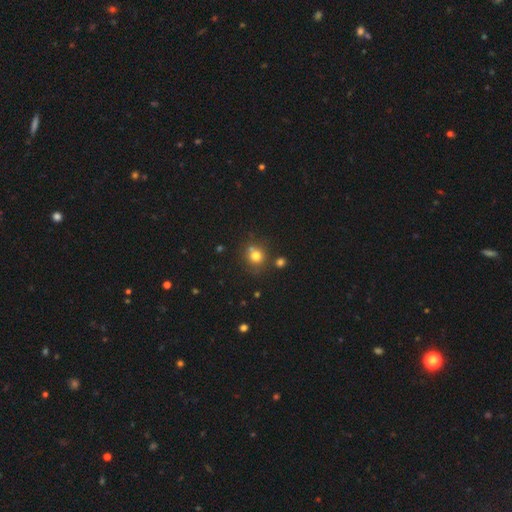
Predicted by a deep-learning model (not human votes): smooth_or_featured: smooth (p=0.76) [alt: star or artifact p=0.15]
how_rounded: round (p=0.85) [alt: in between p=0.14]
merging: none (p=0.67) [alt: merger p=0.19]